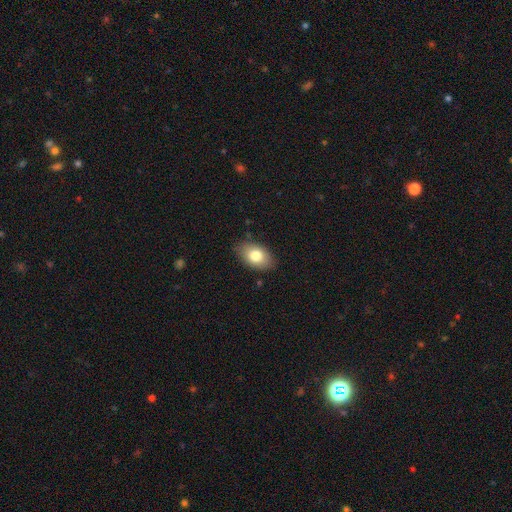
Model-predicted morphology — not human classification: This is likely a smooth galaxy (79%). How rounded: clearly in between (88%). Merging: clearly none (82%).